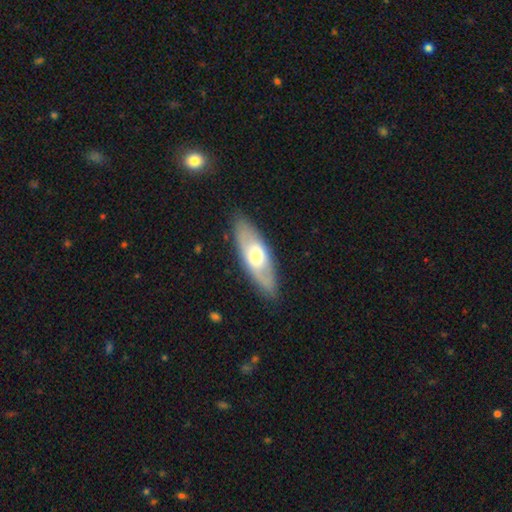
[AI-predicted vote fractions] This appears to be a smooth galaxy with no disk features (48%). Merging: none (86%).